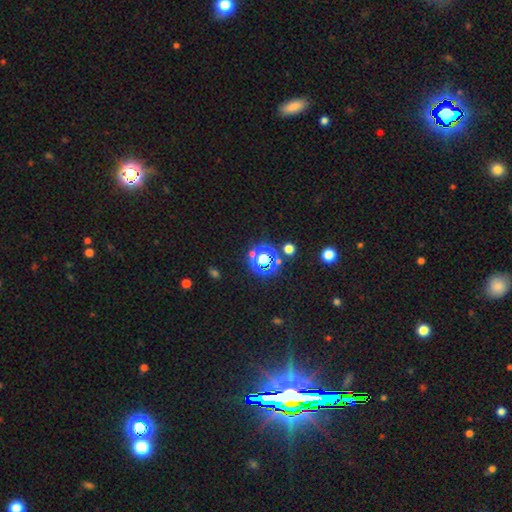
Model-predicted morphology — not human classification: Smooth or featured? star or artifact (74%)